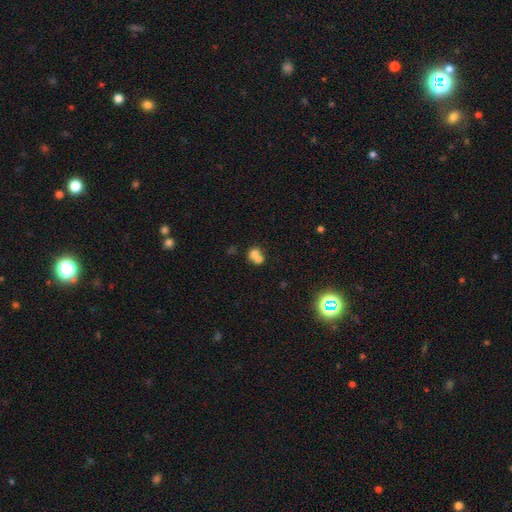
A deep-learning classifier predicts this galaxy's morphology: This is likely a smooth galaxy (68%). How rounded: likely round (72%). Merging: likely merger (64%).